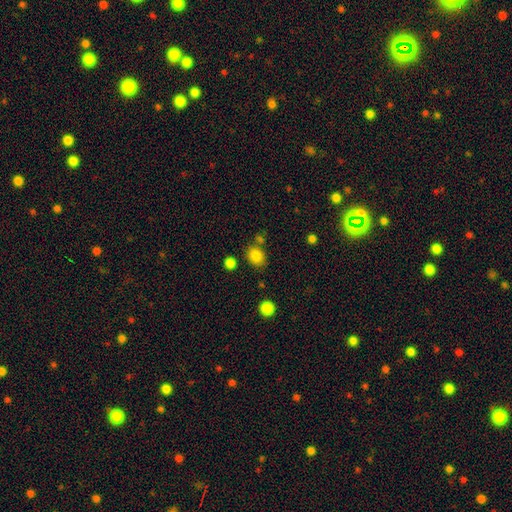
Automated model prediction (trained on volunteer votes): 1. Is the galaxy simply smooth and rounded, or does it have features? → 83% smooth, 12% star or artifact, 5% featured or disk.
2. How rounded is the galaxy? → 58% round, 41% in between, 1% cigar-shaped.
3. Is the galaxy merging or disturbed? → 73% none, 13% minor disturbance, 10% merger, 4% major disturbance.